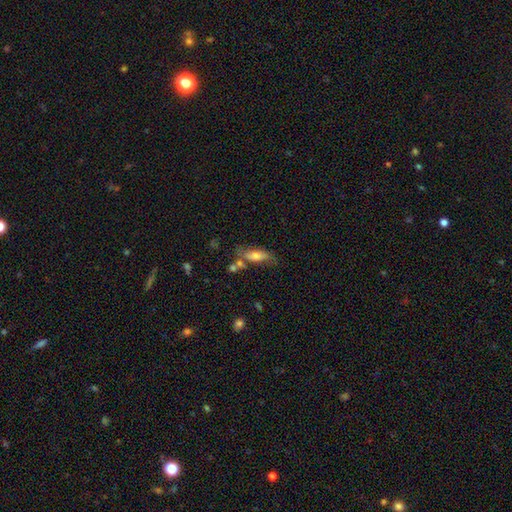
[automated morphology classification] smooth_or_featured: smooth (p=0.61) [alt: featured or disk p=0.31]
how_rounded: in between (p=0.64) [alt: cigar-shaped p=0.32]
merging: none (p=0.53) [alt: minor disturbance p=0.23]